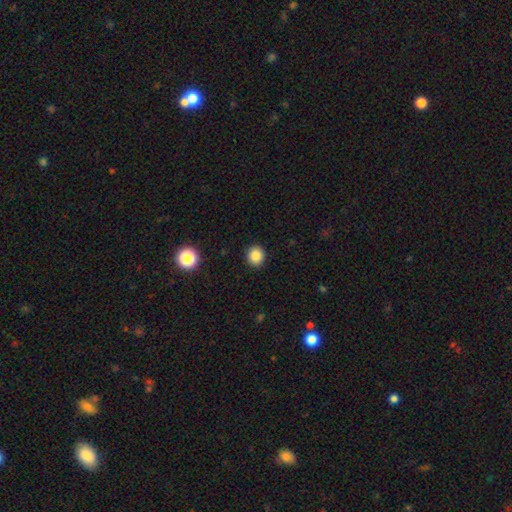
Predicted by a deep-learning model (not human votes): A smooth galaxy with no disk features (85%) that is round (85%).

Vote fractions:
- Smooth or featured? smooth: 85% / star or artifact: 11% / featured or disk: 4%
- How rounded? round: 85% / in between: 14% / cigar-shaped: 1%
- Merging? none: 92% / minor disturbance: 5% / major disturbance: 2% / merger: 1%